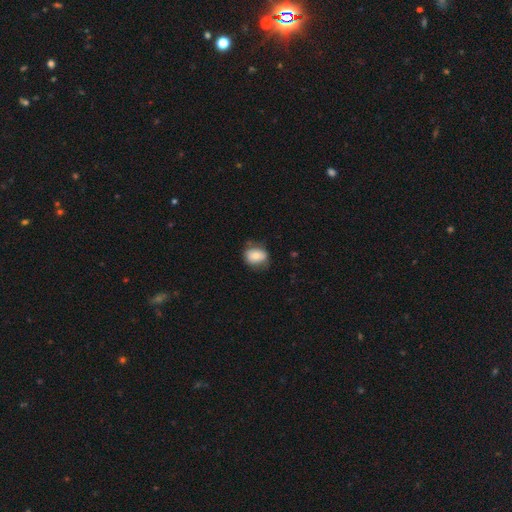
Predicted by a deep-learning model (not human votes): A smooth galaxy with no disk features (73%) that is in between round and cigar-shaped (54%). Merging: none (68%).